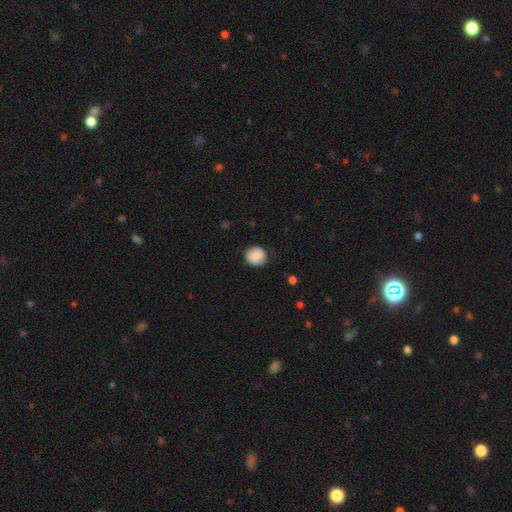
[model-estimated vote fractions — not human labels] Smooth or featured? smooth (87%)
How rounded? round (91%)
Merging? none (84%)